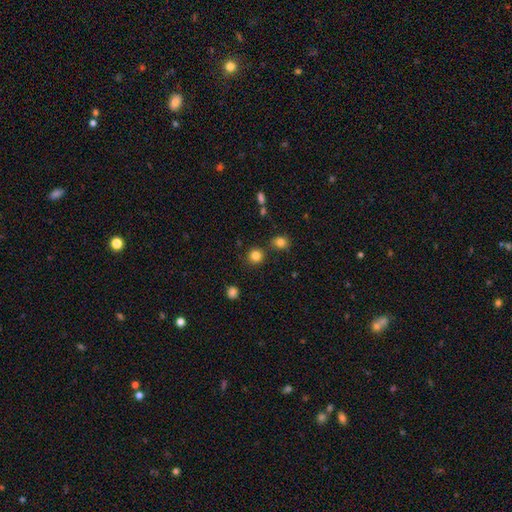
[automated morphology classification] type=smooth (83%); roundness=round (91%); merging=none (80%).